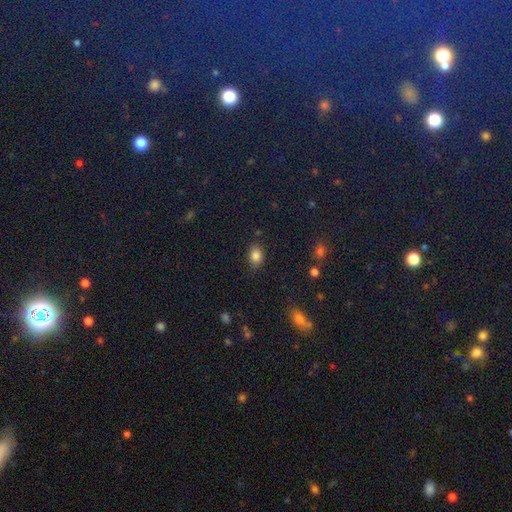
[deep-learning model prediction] Overall: smooth (83%). How rounded: in between (67%; round 31%). Merging: none (77%).